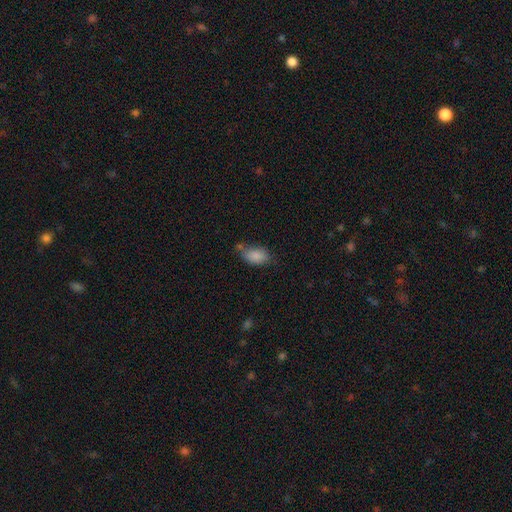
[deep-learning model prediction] smooth_or_featured: smooth (p=0.85) [alt: star or artifact p=0.08]
how_rounded: in between (p=0.90) [alt: round p=0.07]
merging: none (p=0.50) [alt: minor disturbance p=0.27]